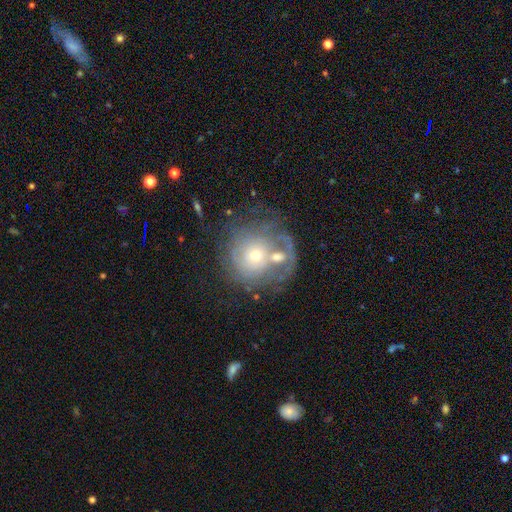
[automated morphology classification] Smooth or featured? featured or disk (61%)
Edge-on disk? no (97%)
Bar? no (87%)
Spiral arms? yes (62%)
Bulge size? small (49%)
Merging? none (39%)